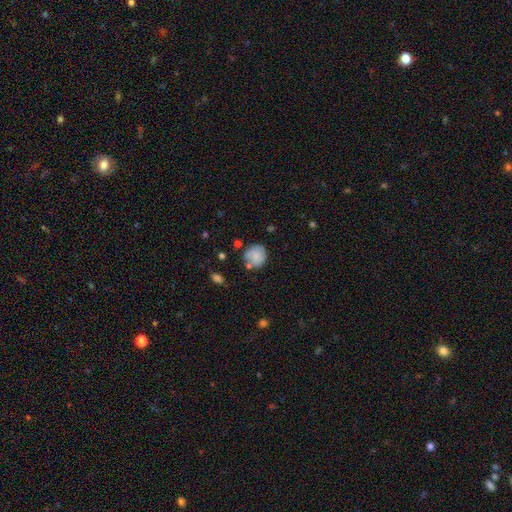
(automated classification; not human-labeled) The model was most divided on "merging": none: 65%, minor disturbance: 20%, merger: 9%, major disturbance: 6%. More confident: how rounded — round (84%); smooth or featured — smooth (76%).